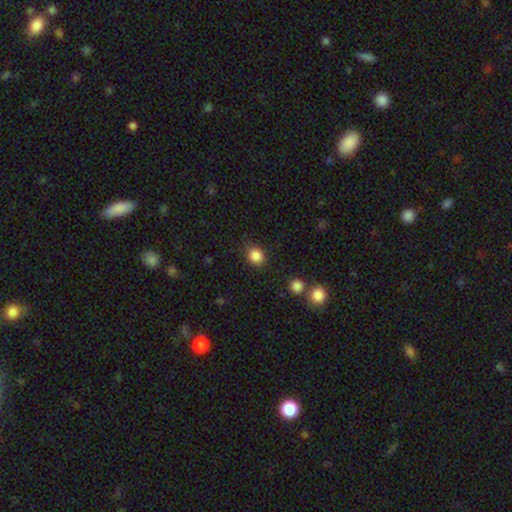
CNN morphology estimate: A smooth galaxy with no disk features (86%) that is round (76%). Merging: none (81%).